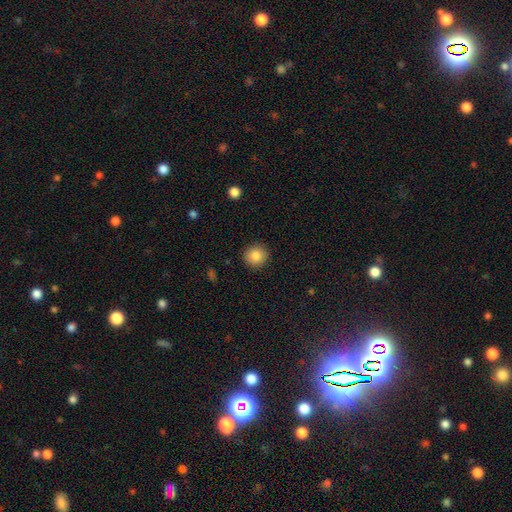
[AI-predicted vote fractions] This is clearly a smooth galaxy (85%). How rounded: clearly round (92%). Merging: clearly none (91%).